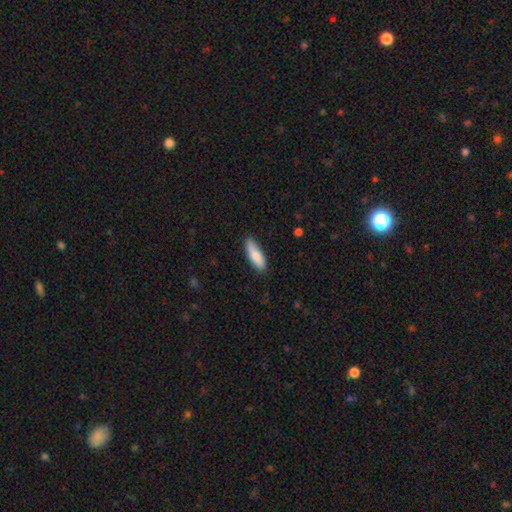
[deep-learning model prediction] The model was most divided on "how rounded": cigar-shaped: 50%, in between: 49%, round: 2%. More confident: smooth or featured — smooth (82%); merging — none (81%).